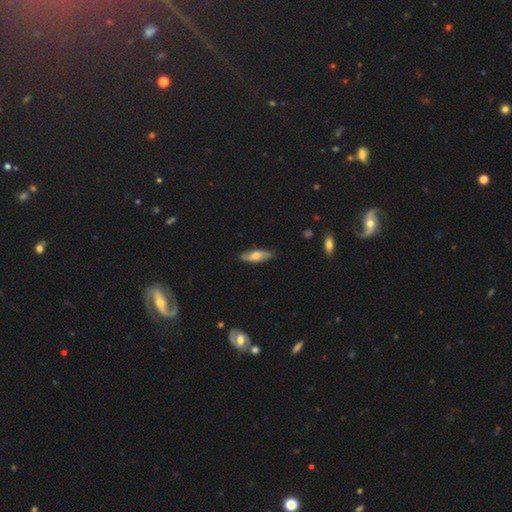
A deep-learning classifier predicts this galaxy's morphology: Smooth or featured? smooth (58%)
How rounded? in between (61%)
Merging? none (85%)